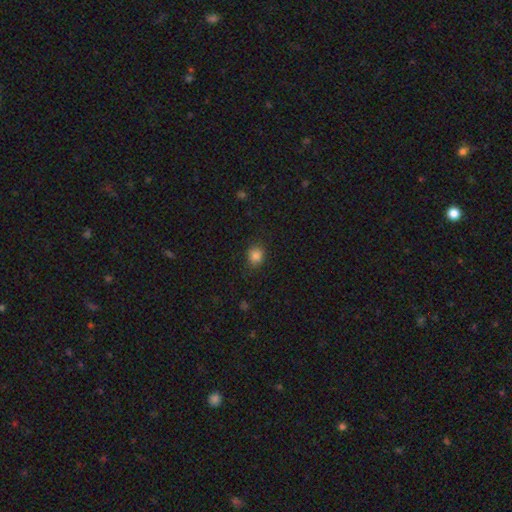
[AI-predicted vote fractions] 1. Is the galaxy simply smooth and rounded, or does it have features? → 84% smooth, 12% star or artifact, 4% featured or disk.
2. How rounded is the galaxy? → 74% round, 25% in between, 1% cigar-shaped.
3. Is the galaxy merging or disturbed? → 83% none, 12% minor disturbance, 3% major disturbance, 1% merger.